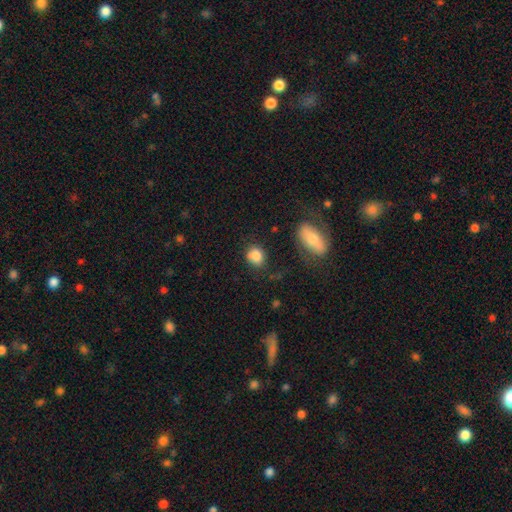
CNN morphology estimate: type=smooth (84%); roundness=round (58%); merging=none (70%).